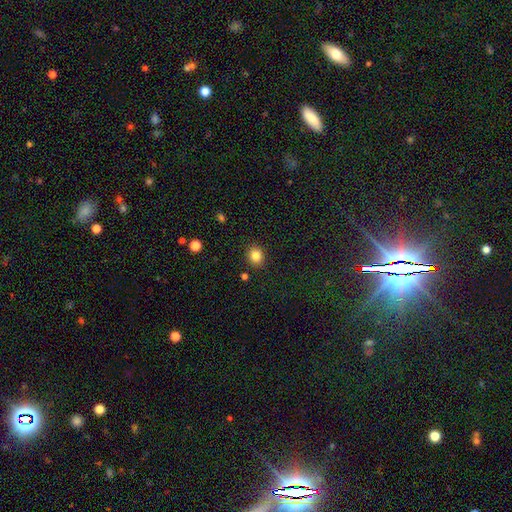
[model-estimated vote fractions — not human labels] smooth 83%, star or artifact 11%, featured or disk 6%. Down the decision tree: how rounded — round (75%); merging — none (89%).